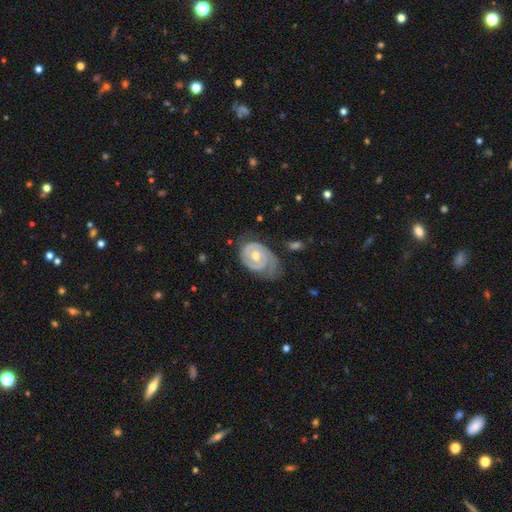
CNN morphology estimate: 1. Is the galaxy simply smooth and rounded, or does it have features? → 85% featured or disk, 10% smooth, 5% star or artifact.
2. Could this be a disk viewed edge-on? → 97% no, 3% yes.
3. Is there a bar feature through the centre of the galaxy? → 69% no, 25% weak, 6% strong.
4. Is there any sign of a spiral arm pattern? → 93% yes, 7% no.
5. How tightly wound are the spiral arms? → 68% tight, 25% medium, 7% loose.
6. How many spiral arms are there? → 64% 2, 16% 1, 12% can't tell, 5% 3, 2% 4, 2% more than 4.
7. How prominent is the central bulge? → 67% moderate, 28% small, 3% large, 1% none, 1% dominant.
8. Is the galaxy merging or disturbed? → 57% none, 27% minor disturbance, 14% major disturbance, 2% merger.